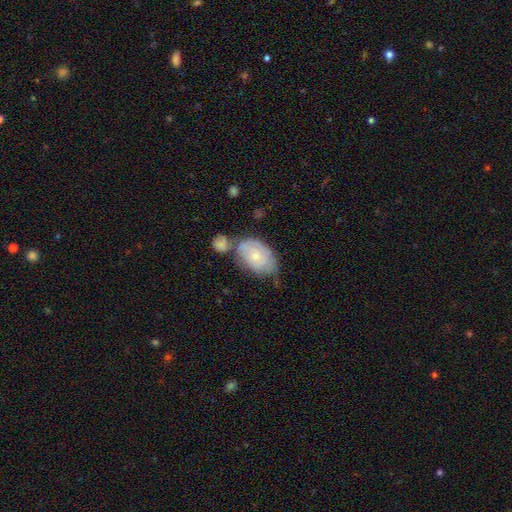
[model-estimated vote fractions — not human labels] A smooth galaxy with no disk features (49%).

Vote fractions:
- Smooth or featured? smooth: 49% / featured or disk: 45% / star or artifact: 6%
- Merging? none: 39% / minor disturbance: 26% / merger: 25% / major disturbance: 10%